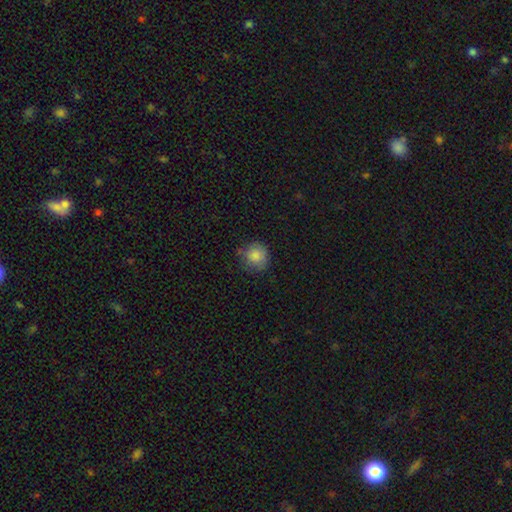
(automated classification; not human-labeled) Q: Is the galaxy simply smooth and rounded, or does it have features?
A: smooth — 84%.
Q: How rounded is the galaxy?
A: round — 91%.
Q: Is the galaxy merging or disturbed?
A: none — 77%.